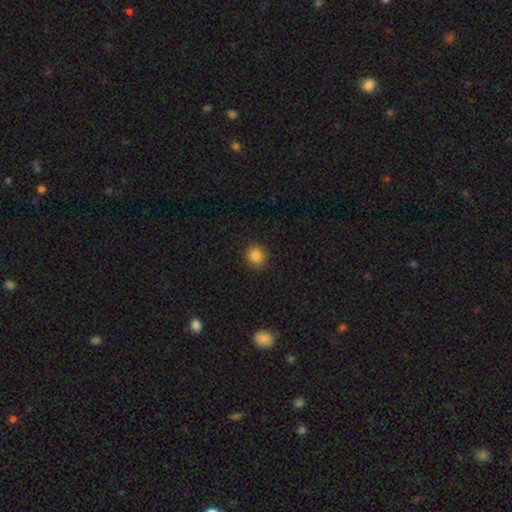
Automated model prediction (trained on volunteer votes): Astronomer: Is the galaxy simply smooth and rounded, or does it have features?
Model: smooth — 85%.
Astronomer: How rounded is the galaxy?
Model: round — 88%.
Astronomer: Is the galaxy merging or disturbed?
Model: none — 90%.